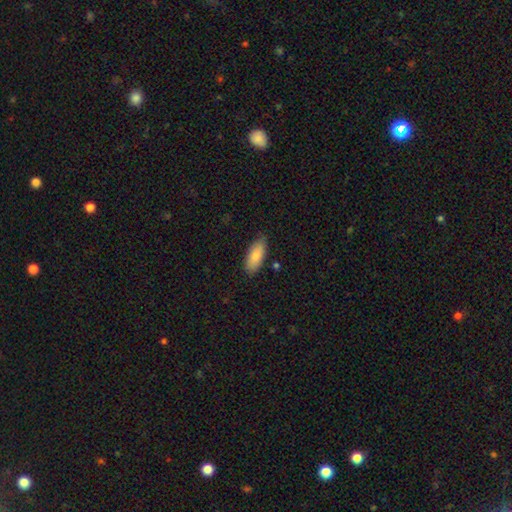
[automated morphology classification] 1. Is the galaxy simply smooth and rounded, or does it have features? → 83% smooth, 11% featured or disk, 6% star or artifact.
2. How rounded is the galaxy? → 83% in between, 15% cigar-shaped, 2% round.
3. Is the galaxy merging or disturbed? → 80% none, 16% minor disturbance, 2% major disturbance, 2% merger.